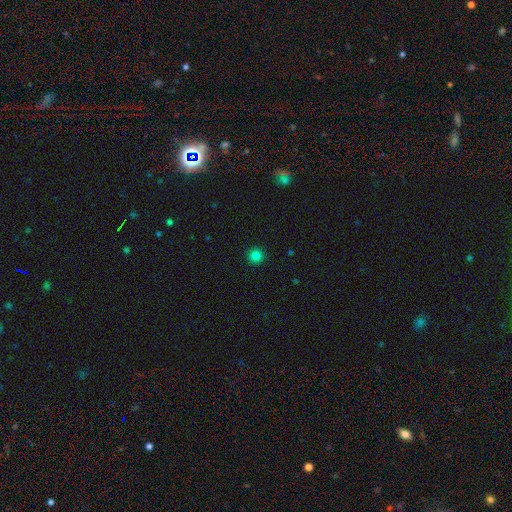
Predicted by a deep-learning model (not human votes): Smooth or featured?
  - smooth: 82% *
  - star or artifact: 14%
  - featured or disk: 4%
How rounded?
  - round: 96% *
  - in between: 3%
  - cigar-shaped: 1%
Merging?
  - none: 93% *
  - minor disturbance: 4%
  - major disturbance: 2%
  - merger: 1%